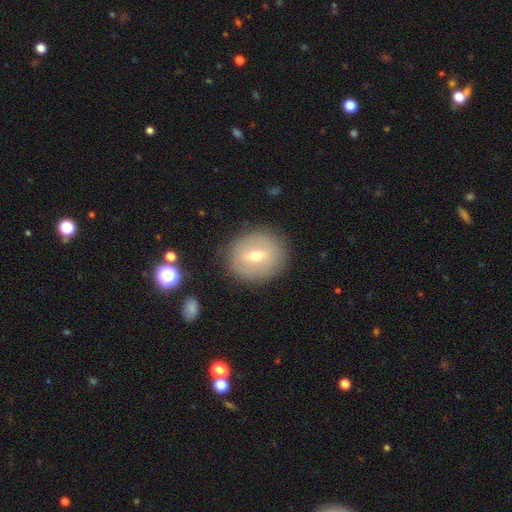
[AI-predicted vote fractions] Morphology: type=smooth (48%); merging=none (86%).